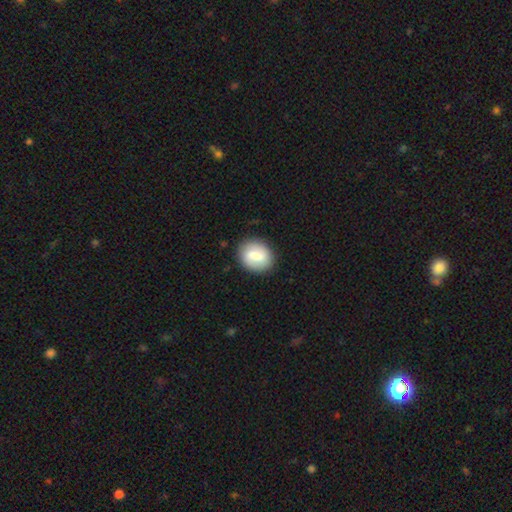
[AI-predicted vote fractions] This appears to be a smooth galaxy with no disk features (66%) that is round (50%). Merging: none (84%).